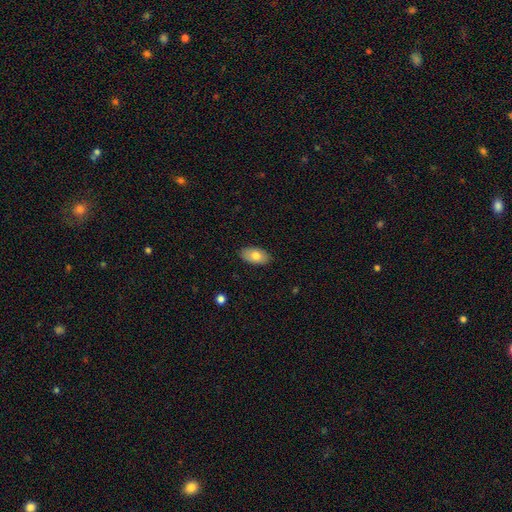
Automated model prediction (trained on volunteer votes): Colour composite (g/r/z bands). It shows a smooth galaxy with no disk features (78%) that is in between round and cigar-shaped (94%). Merging: none (86%).